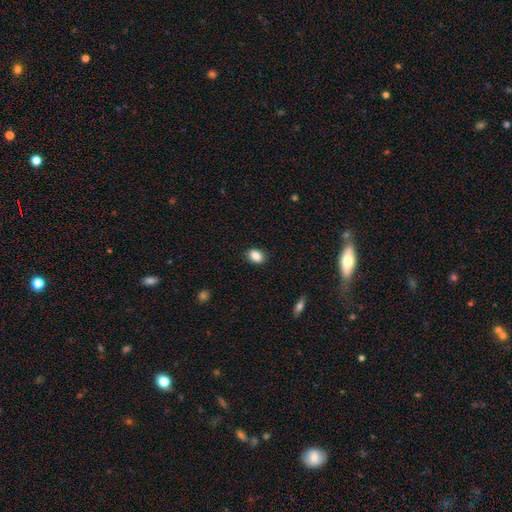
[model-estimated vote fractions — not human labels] Morphology: type=smooth (86%); roundness=in between (73%); merging=none (88%).